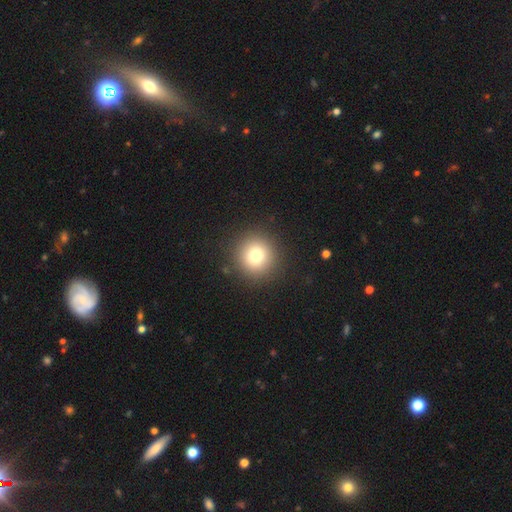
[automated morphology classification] smooth-or-featured: smooth: 78% | star or artifact: 13% | featured or disk: 9%
  how-rounded: round: 94% | in between: 5% | cigar-shaped: 1%
  merging: none: 91% | minor disturbance: 6% | major disturbance: 2% | merger: 1%